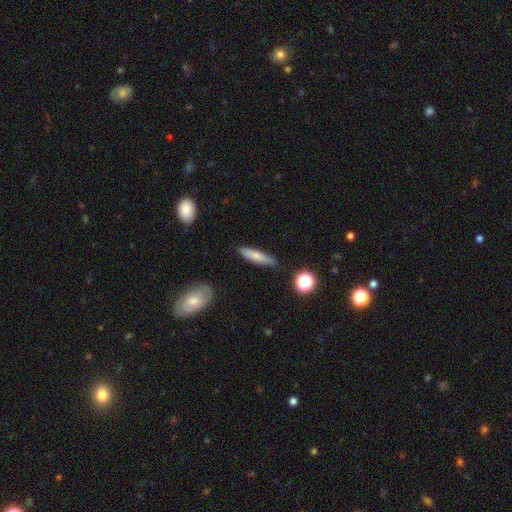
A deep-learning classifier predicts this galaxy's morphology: Smooth or featured: smooth — 72% (featured or disk — 21%)
How rounded: cigar-shaped — 78% (in between — 19%)
Merging: none — 84% (minor disturbance — 12%)